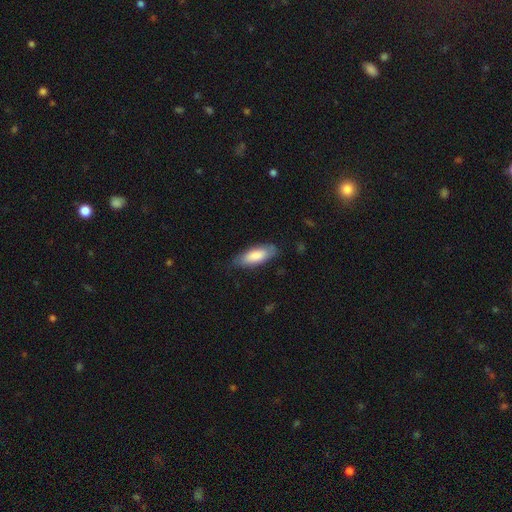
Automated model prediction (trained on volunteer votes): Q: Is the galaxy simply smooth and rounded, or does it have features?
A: smooth — 82%.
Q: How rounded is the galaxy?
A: in between — 71%.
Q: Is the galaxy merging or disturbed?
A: none — 76%.